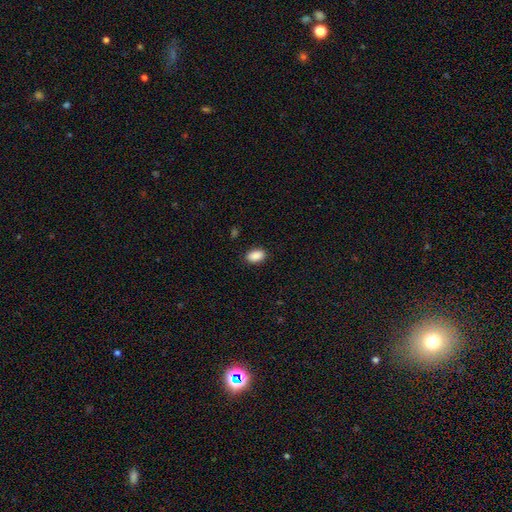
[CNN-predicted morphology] The model was most divided on "merging": none: 88%, minor disturbance: 9%, major disturbance: 2%, merger: 1%. More confident: how rounded — in between (91%); smooth or featured — smooth (90%).